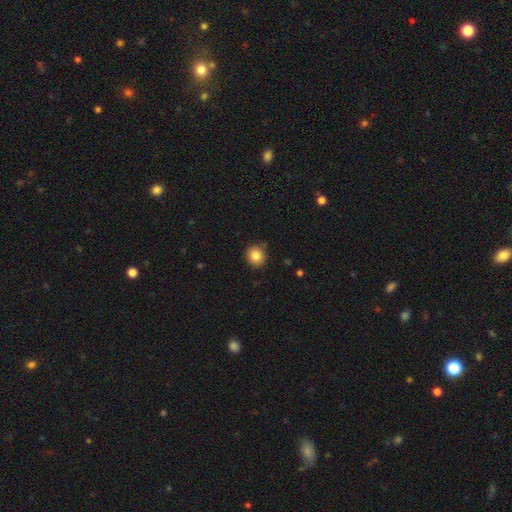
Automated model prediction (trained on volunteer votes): Smooth or featured?
  - smooth: 83% *
  - star or artifact: 10%
  - featured or disk: 7%
How rounded?
  - round: 83% *
  - in between: 16%
  - cigar-shaped: 1%
Merging?
  - none: 85% *
  - minor disturbance: 11%
  - major disturbance: 2%
  - merger: 2%